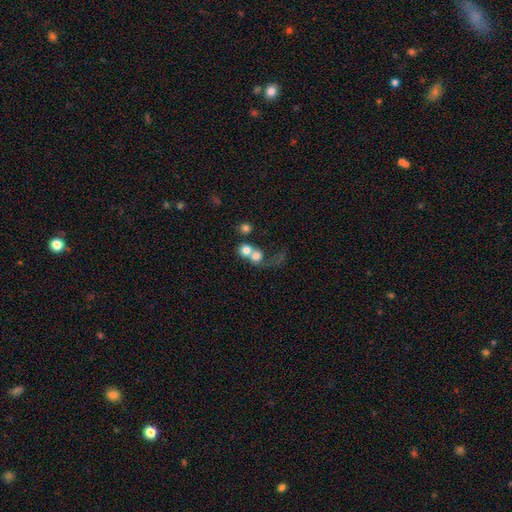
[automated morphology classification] smooth_or_featured: smooth (p=0.69) [alt: featured or disk p=0.20]
how_rounded: round (p=0.76) [alt: in between p=0.23]
merging: merger (p=0.61) [alt: none p=0.20]